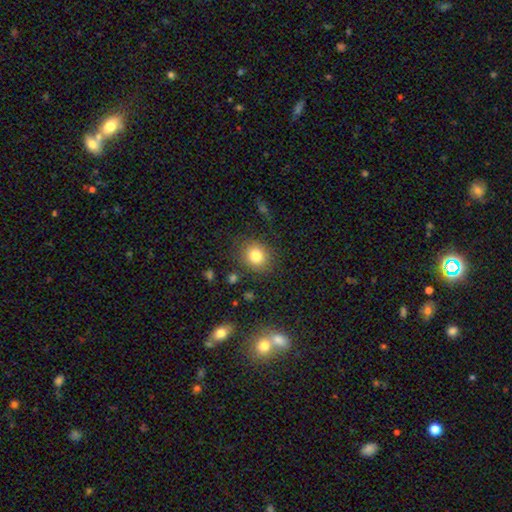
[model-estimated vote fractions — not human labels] The model was most divided on "how rounded": round: 70%, in between: 29%, cigar-shaped: 1%. More confident: merging — none (83%); smooth or featured — smooth (81%).